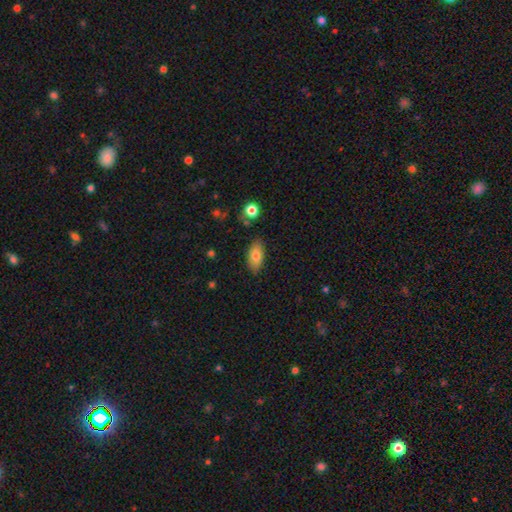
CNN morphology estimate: This is clearly a smooth galaxy (80%). How rounded: clearly in between (91%). Merging: clearly none (81%).